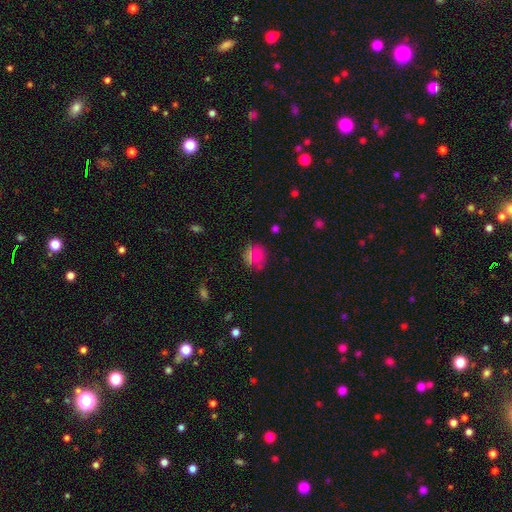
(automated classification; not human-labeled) smooth 70%, star or artifact 18%, featured or disk 12%. Down the decision tree: how rounded — round (81%); merging — none (74%).